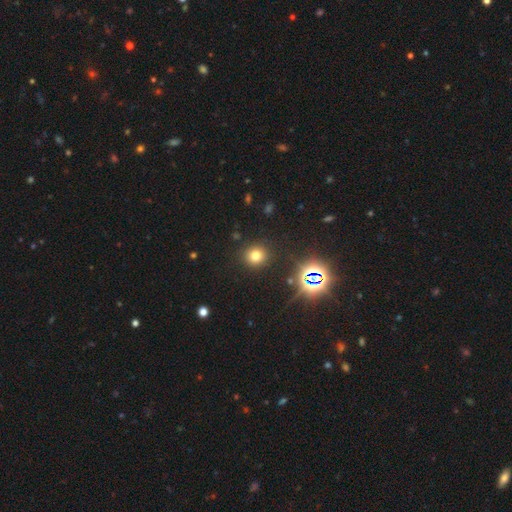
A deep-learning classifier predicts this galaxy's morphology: This is likely a smooth galaxy (70%). How rounded: clearly round (88%). Merging: clearly none (89%).